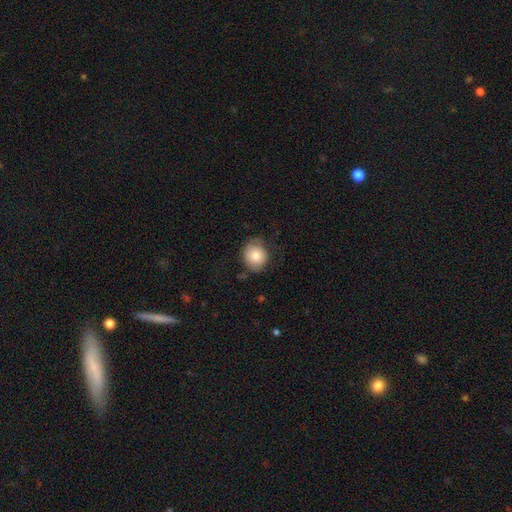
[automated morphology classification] type=smooth (77%); roundness=round (79%); merging=none (68%).